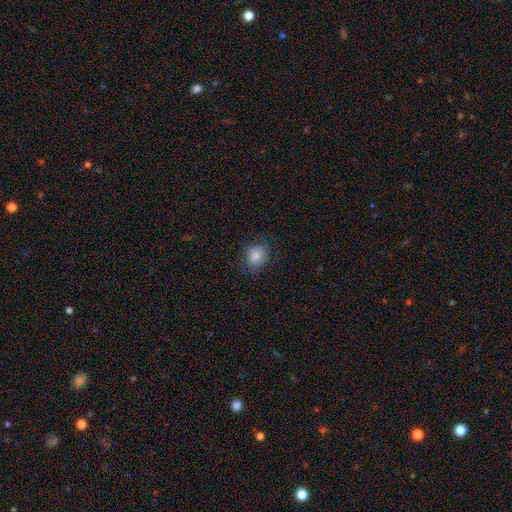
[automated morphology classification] Overall: smooth (84%). How rounded: round (57%; in between 42%). Merging: none (75%).